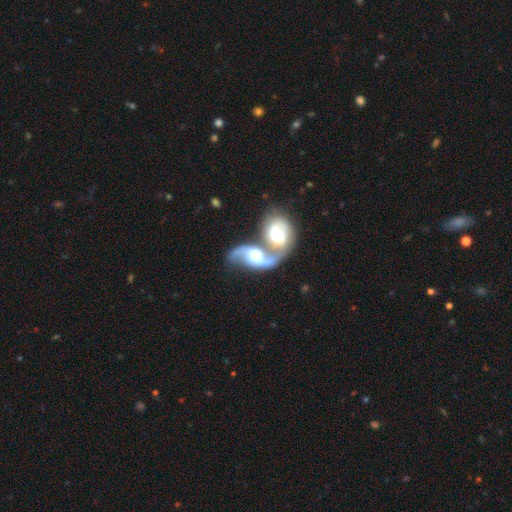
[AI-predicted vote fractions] featured or disk 83%, smooth 12%, star or artifact 5%. Down the decision tree: edge-on disk — no (95%); bar — no (46%); spiral arms — yes (94%); spiral arm count — 2 (90%); spiral winding — loose (64%); bulge size — moderate (42%); merging — merger (72%).